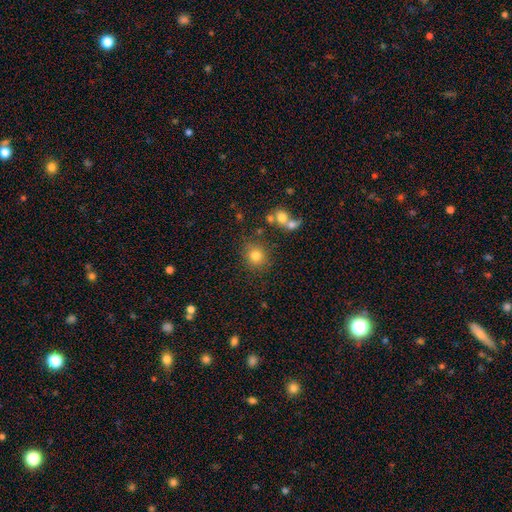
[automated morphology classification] smooth 79%, star or artifact 12%, featured or disk 8%. Down the decision tree: how rounded — round (84%); merging — none (79%).